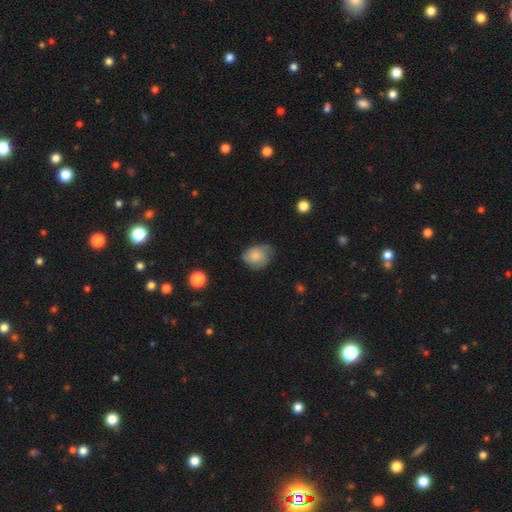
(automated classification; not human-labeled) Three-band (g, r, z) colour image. It shows a smooth galaxy with no disk features (68%) that is in between round and cigar-shaped (51%). Merging: none (52%).